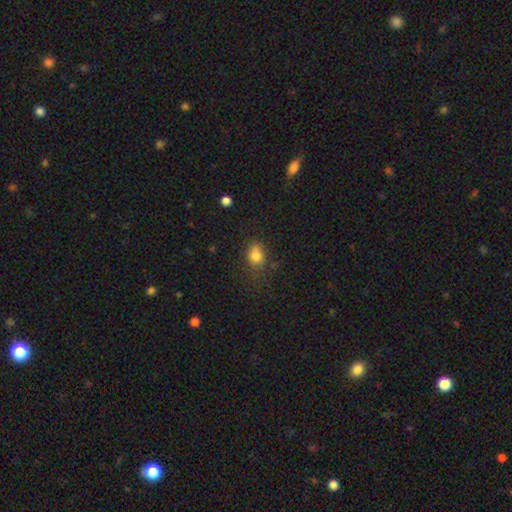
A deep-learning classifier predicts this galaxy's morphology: Overall: smooth (79%). How rounded: in between (53%; round 46%). Merging: none (60%; minor disturbance 26%).